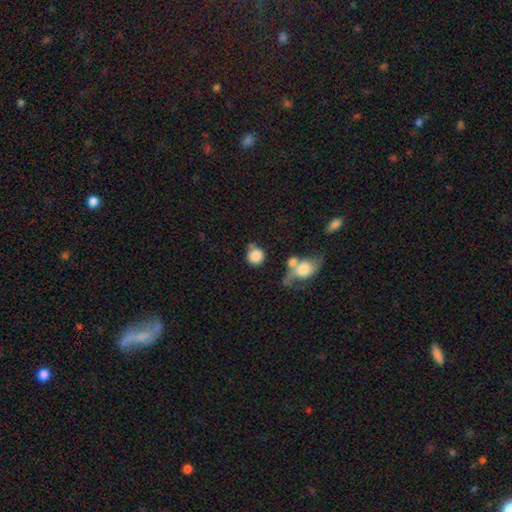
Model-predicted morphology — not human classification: The model was most divided on "merging": none: 54%, merger: 20%, minor disturbance: 16%, major disturbance: 10%. More confident: how rounded — round (87%); smooth or featured — smooth (82%).